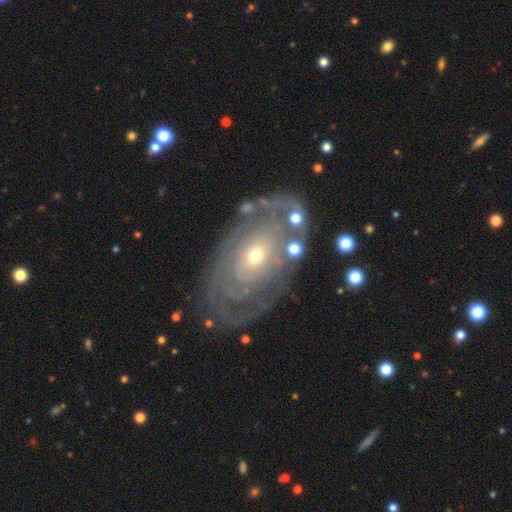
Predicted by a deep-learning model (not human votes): Morphology: type=featured or disk (82%); edge-on=no (94%); bar=no (82%); spiral arms=yes (82%); winding=tight (75%); arm count=can't tell (46%); bulge=small (61%); merging=none (66%).